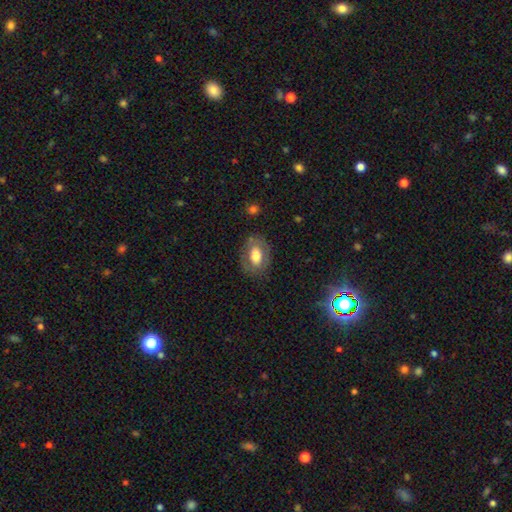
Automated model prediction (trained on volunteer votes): A smooth galaxy with no disk features (56%) that is in between round and cigar-shaped (80%). Merging: none (76%).